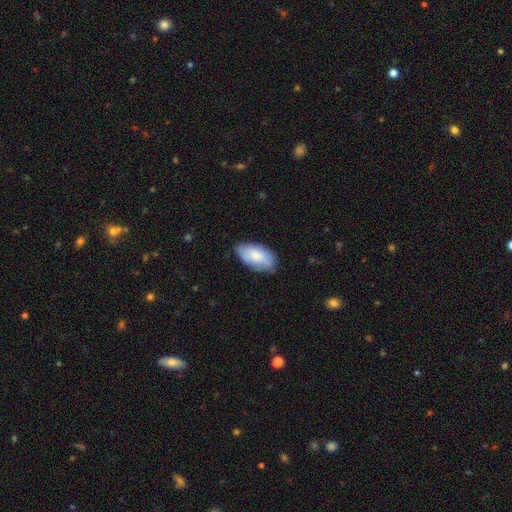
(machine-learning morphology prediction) Smooth or featured? Predicted: smooth (p=0.79). How rounded? Predicted: in between (p=0.95). Merging? Predicted: none (p=0.74).